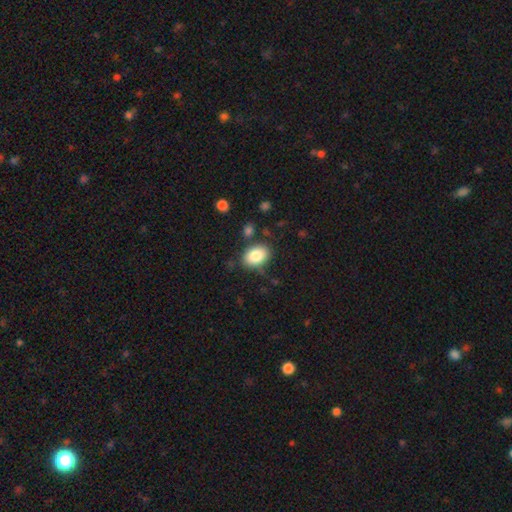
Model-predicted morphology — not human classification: smooth-or-featured: smooth: 84% | featured or disk: 9% | star or artifact: 8%
  how-rounded: in between: 78% | round: 21% | cigar-shaped: 1%
  merging: none: 77% | minor disturbance: 14% | merger: 4% | major disturbance: 4%